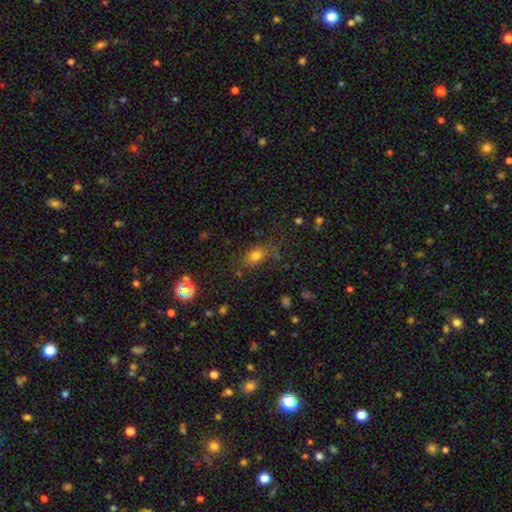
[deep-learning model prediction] Overall: smooth (74%). How rounded: in between (74%). Merging: none (70%).